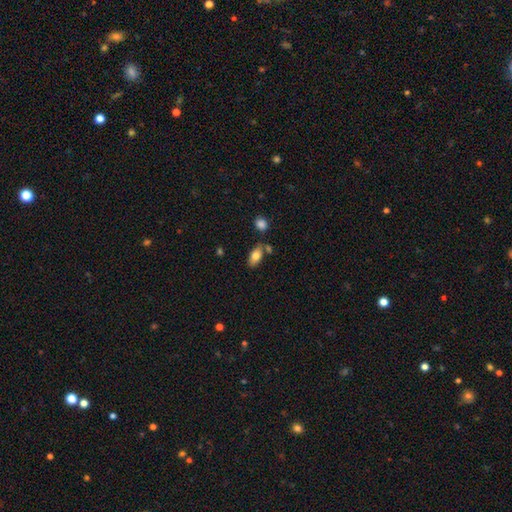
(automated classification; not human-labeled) Smooth or featured: smooth — 79% (featured or disk — 14%)
How rounded: in between — 91% (cigar-shaped — 5%)
Merging: none — 70% (minor disturbance — 14%)